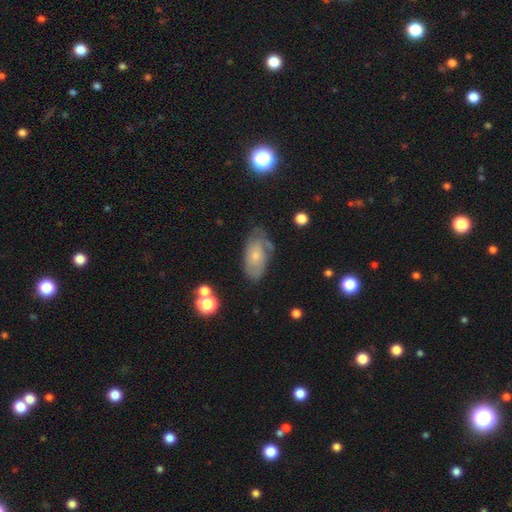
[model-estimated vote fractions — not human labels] Q: Smooth or featured?
A: smooth (46%); runner-up: featured or disk (45%)
Q: Merging?
A: none (57%); runner-up: minor disturbance (28%)